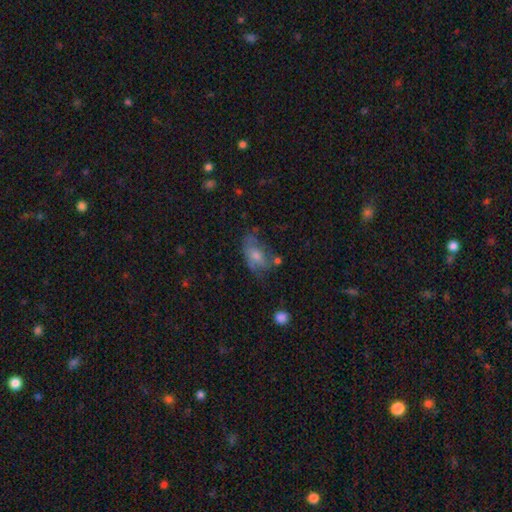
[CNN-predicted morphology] A smooth galaxy with no disk features (47%).

Vote fractions:
- Smooth or featured? smooth: 47% / featured or disk: 40% / star or artifact: 13%
- Merging? none: 44% / minor disturbance: 28% / major disturbance: 20% / merger: 8%